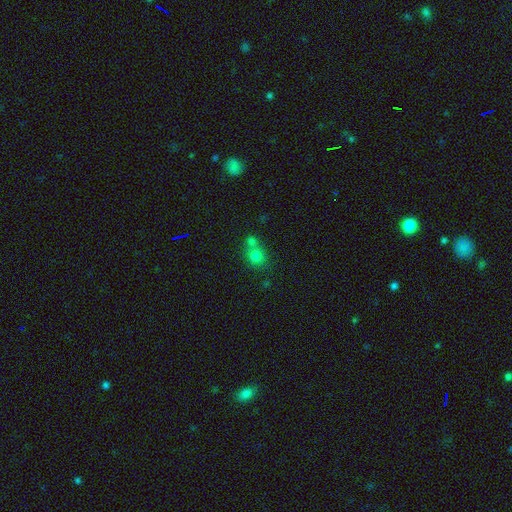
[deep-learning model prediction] This is likely a smooth galaxy (76%). How rounded: likely round (78%). Merging: marginally merger (45%).